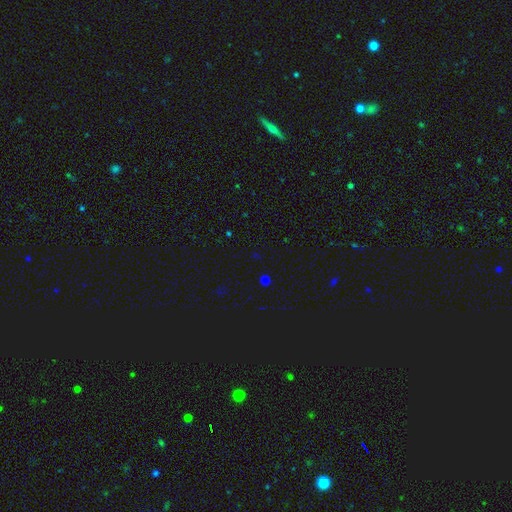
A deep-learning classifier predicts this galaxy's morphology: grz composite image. It shows a star or artifact, not a galaxy (52%).